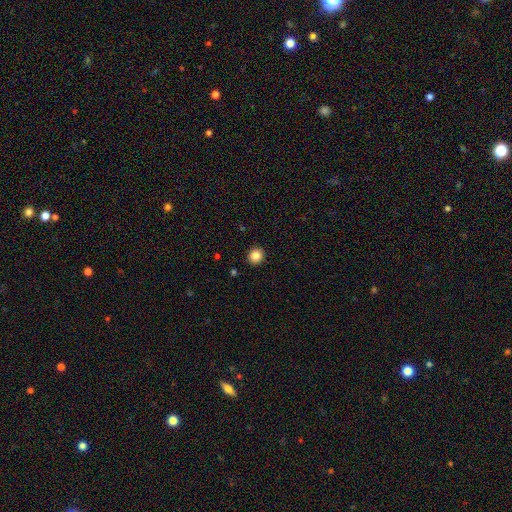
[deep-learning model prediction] Morphology: type=smooth (85%); roundness=round (91%); merging=none (93%).